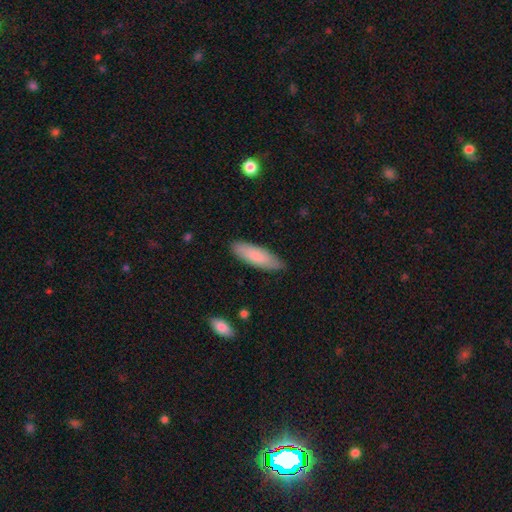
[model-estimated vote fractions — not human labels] Smooth or featured: smooth — 81% (featured or disk — 13%)
How rounded: in between — 51% (cigar-shaped — 48%)
Merging: none — 83% (minor disturbance — 14%)